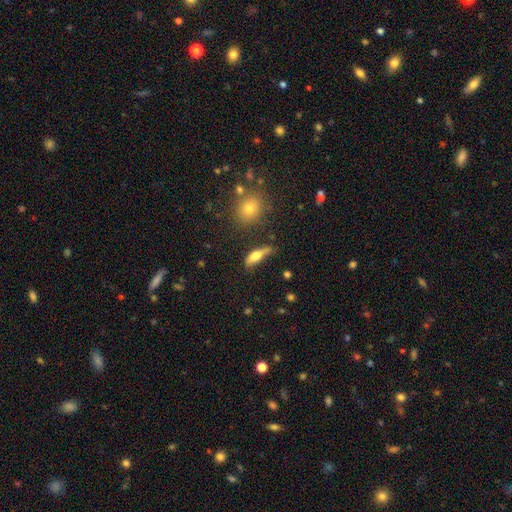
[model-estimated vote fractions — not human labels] smooth_or_featured: smooth (p=0.67) [alt: featured or disk p=0.24]
how_rounded: in between (p=0.50) [alt: cigar-shaped p=0.46]
merging: none (p=0.46) [alt: minor disturbance p=0.29]